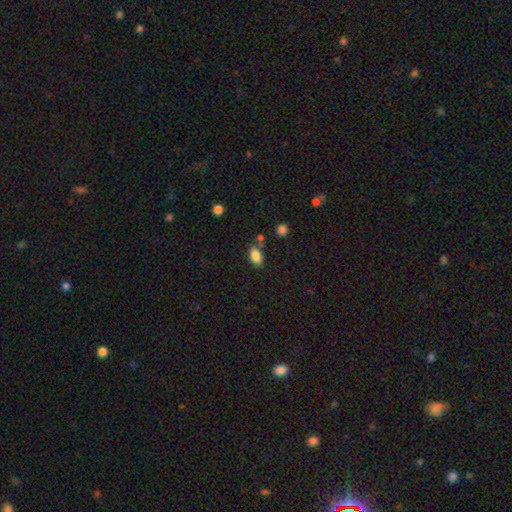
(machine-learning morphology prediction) Smooth or featured? Predicted: smooth (p=0.85). How rounded? Predicted: in between (p=0.90). Merging? Predicted: none (p=0.70).